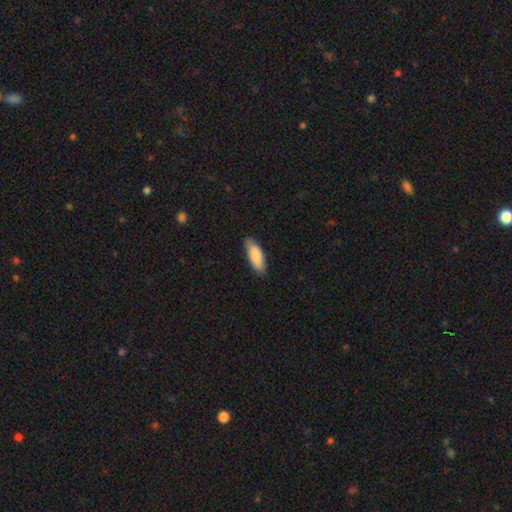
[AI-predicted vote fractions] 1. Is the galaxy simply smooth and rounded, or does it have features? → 85% smooth, 10% featured or disk, 6% star or artifact.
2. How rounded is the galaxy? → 68% in between, 30% cigar-shaped, 2% round.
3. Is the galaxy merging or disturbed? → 82% none, 15% minor disturbance, 2% major disturbance, 1% merger.